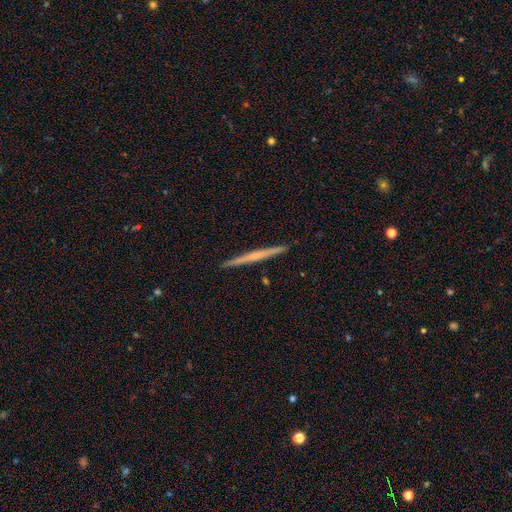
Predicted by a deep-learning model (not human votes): Smooth or featured? featured or disk (57%)
Edge-on disk? yes (98%)
Edge-on bulge? none (73%)
Merging? none (93%)